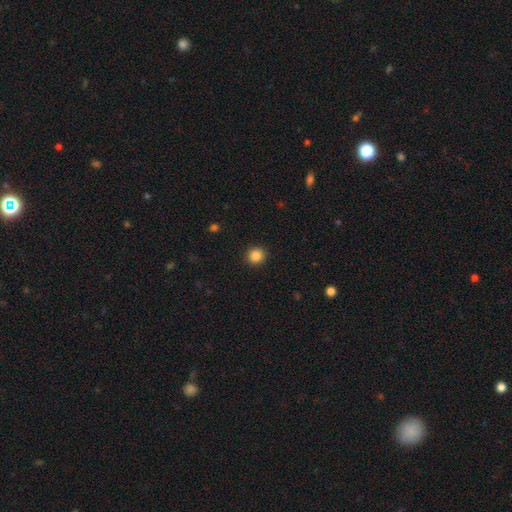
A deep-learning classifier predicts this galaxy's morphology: A smooth galaxy with no disk features (86%) that is round (92%). Merging: none (92%).